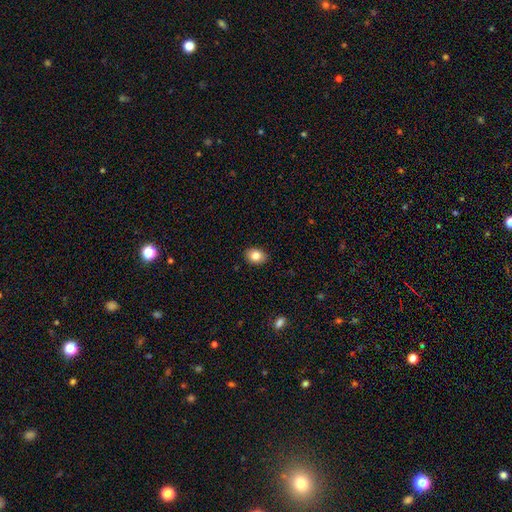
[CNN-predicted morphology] Smooth or featured? Predicted: smooth (p=0.83). How rounded? Predicted: in between (p=0.65). Merging? Predicted: none (p=0.89).